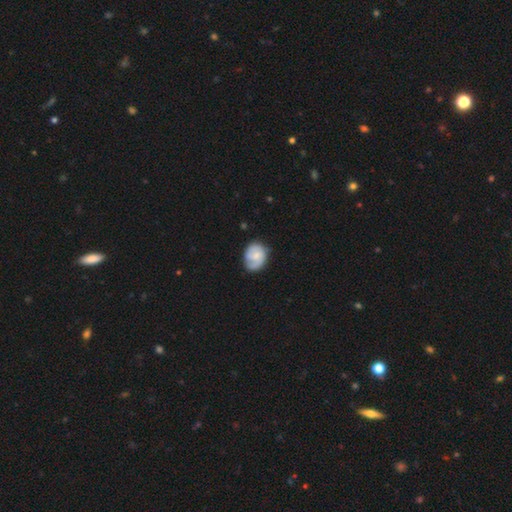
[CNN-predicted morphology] Smooth or featured? featured or disk (54%)
Edge-on disk? no (98%)
Bar? no (57%)
Spiral arms? yes (84%)
Bulge size? small (48%)
Merging? none (65%)